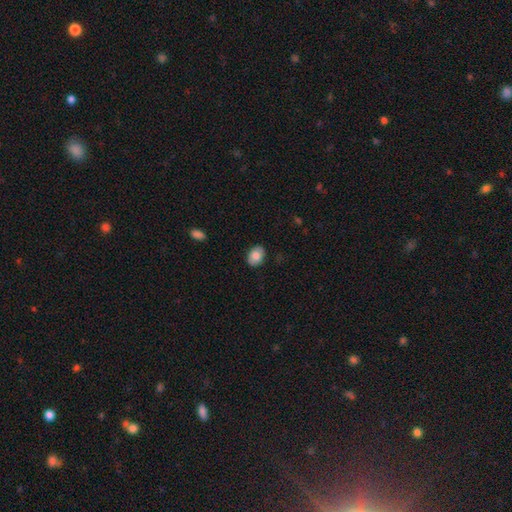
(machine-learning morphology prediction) This appears to be a smooth galaxy with no disk features (80%) that is in between round and cigar-shaped (75%). Merging: none (86%).